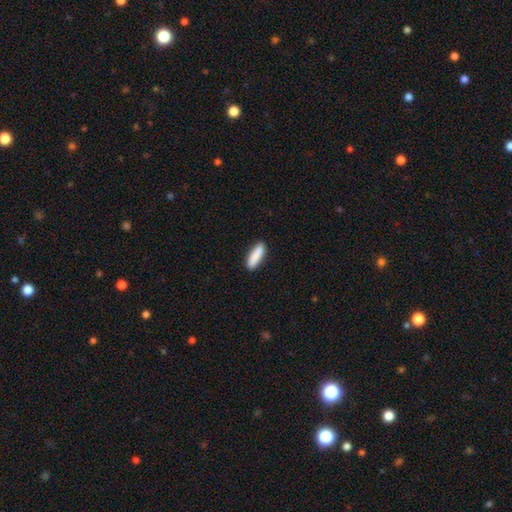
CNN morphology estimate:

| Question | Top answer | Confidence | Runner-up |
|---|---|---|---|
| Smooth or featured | smooth | 89% | star or artifact (6%) |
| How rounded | cigar-shaped | 65% | in between (34%) |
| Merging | none | 90% | minor disturbance (7%) |